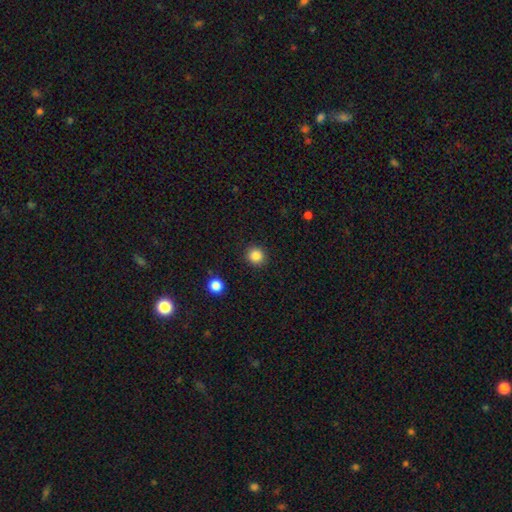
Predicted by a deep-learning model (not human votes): Smooth or featured? Predicted: smooth (p=0.85). How rounded? Predicted: round (p=0.92). Merging? Predicted: none (p=0.91).